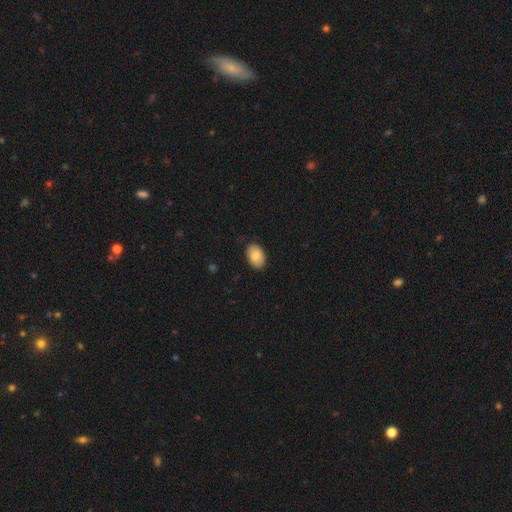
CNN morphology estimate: This appears to be a smooth galaxy with no disk features (84%) that is in between round and cigar-shaped (86%). Merging: none (85%).